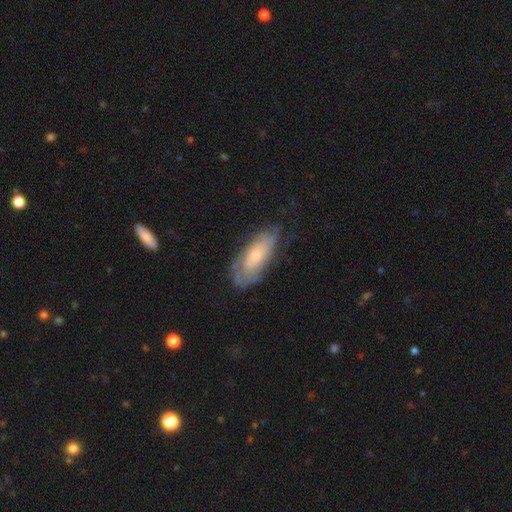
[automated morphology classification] Smooth or featured?
  - featured or disk: 62% *
  - smooth: 31%
  - star or artifact: 7%
Edge-on disk?
  - no: 88% *
  - yes: 12%
Bar?
  - no: 75% *
  - weak: 21%
  - strong: 4%
Spiral arms?
  - yes: 81% *
  - no: 19%
Bulge size?
  - small: 56% *
  - moderate: 33%
  - large: 5%
  - none: 4%
  - dominant: 1%
Merging?
  - none: 64% *
  - minor disturbance: 24%
  - major disturbance: 10%
  - merger: 1%